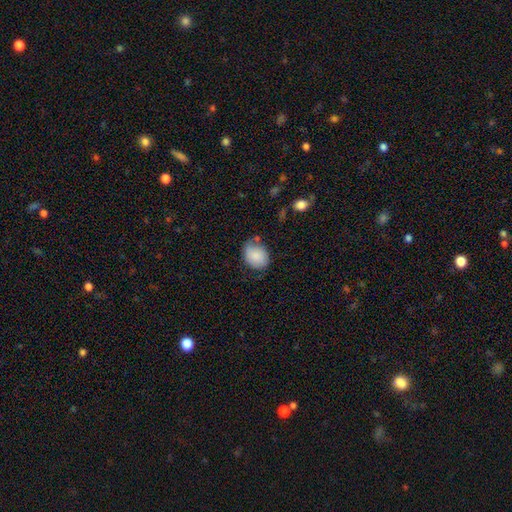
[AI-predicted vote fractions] Q: Smooth or featured?
A: smooth (84%); runner-up: featured or disk (8%)
Q: How rounded?
A: in between (52%); runner-up: round (47%)
Q: Merging?
A: none (61%); runner-up: minor disturbance (27%)